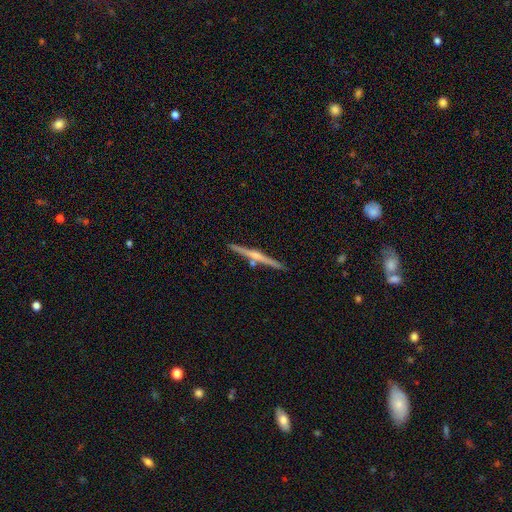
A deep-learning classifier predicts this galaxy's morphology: Overall: featured or disk (73%). Edge-on disk: yes (96%). Edge-on bulge: rounded (76%). Merging: none (86%).